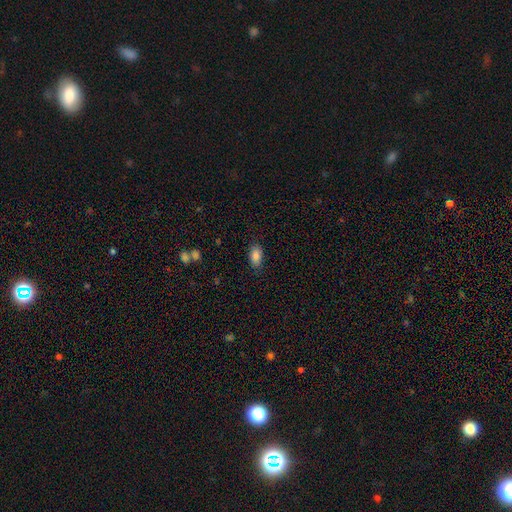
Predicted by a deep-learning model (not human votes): Smooth or featured? smooth (86%)
How rounded? in between (91%)
Merging? none (84%)